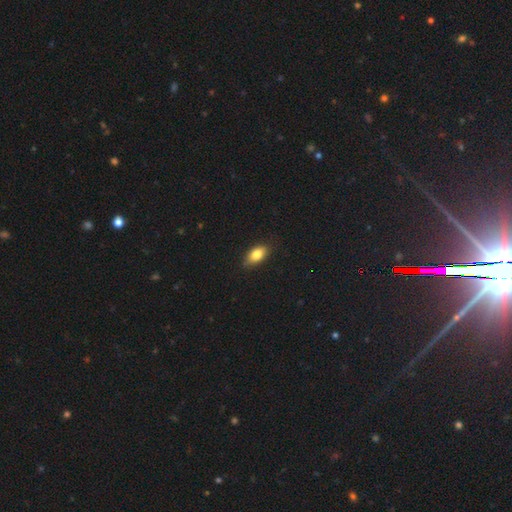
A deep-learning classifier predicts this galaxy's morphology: Overall: smooth (81%). How rounded: in between (89%). Merging: none (84%).